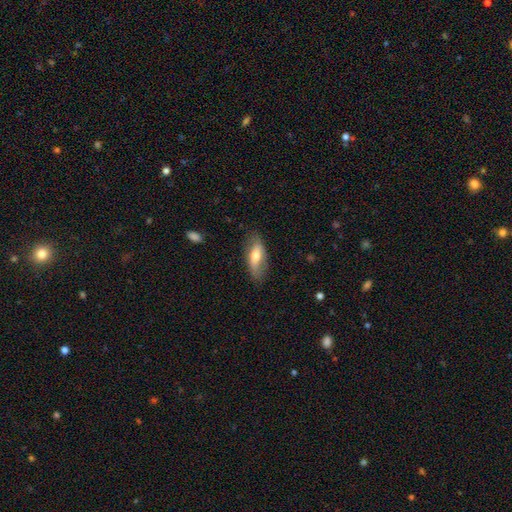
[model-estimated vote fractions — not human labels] Smooth or featured? Predicted: smooth (p=0.60). How rounded? Predicted: in between (p=0.75). Merging? Predicted: none (p=0.74).